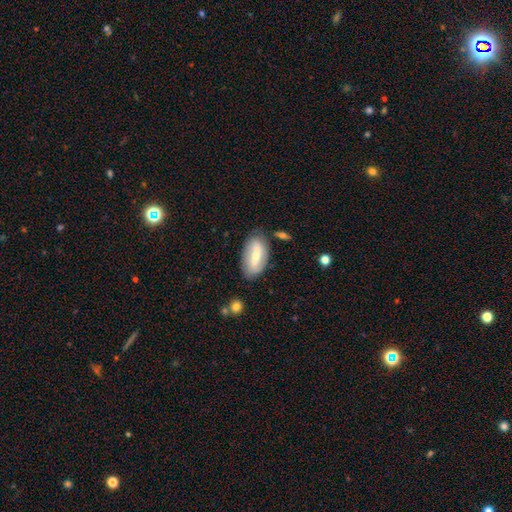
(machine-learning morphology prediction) The model was most divided on "smooth or featured": featured or disk: 51%, smooth: 43%, star or artifact: 6%. More confident: edge-on disk — no (86%); merging — none (78%).